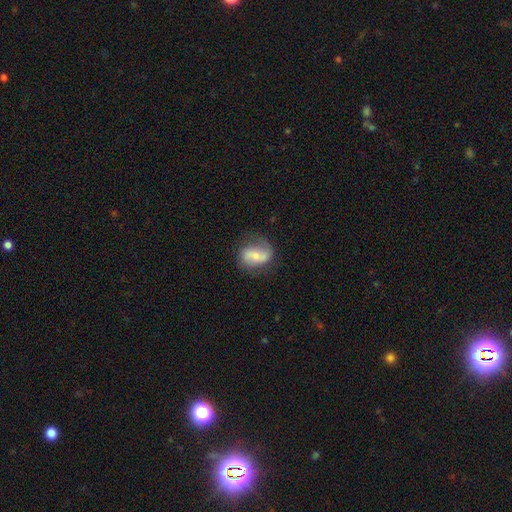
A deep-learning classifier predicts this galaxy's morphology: Smooth or featured? Predicted: featured or disk (p=0.50). Edge-on disk? Predicted: no (p=0.95). Merging? Predicted: none (p=0.60).